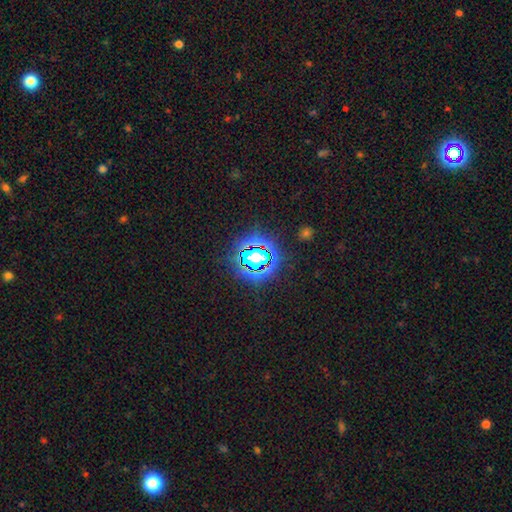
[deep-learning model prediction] A star or artifact, not a galaxy (69%).